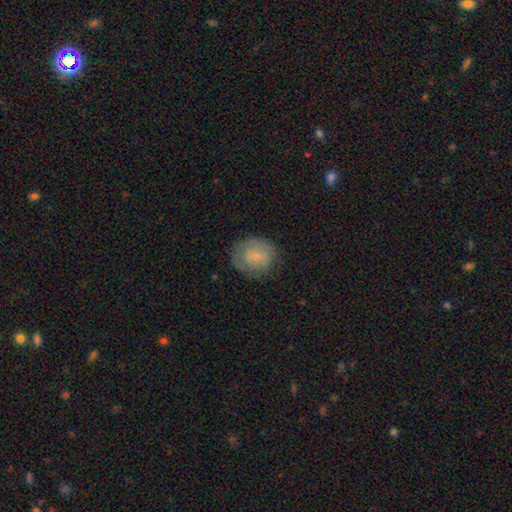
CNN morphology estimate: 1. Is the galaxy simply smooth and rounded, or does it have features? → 65% smooth, 28% featured or disk, 8% star or artifact.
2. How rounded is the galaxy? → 73% round, 25% in between, 1% cigar-shaped.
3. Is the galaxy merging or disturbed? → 71% none, 19% minor disturbance, 8% major disturbance, 1% merger.